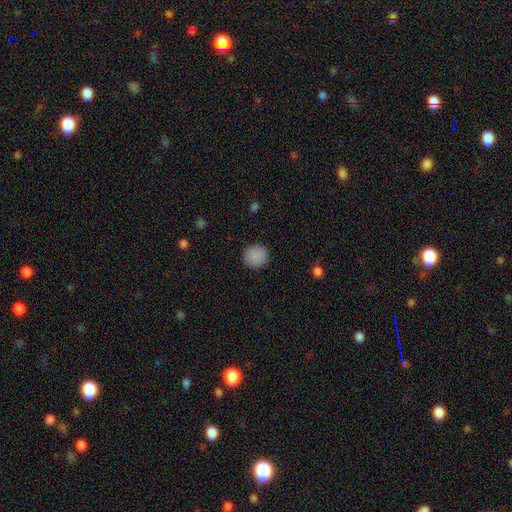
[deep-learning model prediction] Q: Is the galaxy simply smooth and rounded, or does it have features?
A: smooth — 88%.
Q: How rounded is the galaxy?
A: round — 90%.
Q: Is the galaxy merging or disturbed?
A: none — 91%.